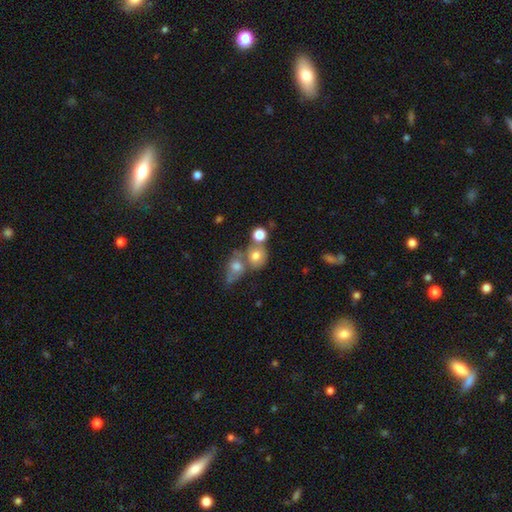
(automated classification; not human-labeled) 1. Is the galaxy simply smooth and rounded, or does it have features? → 73% smooth, 15% featured or disk, 12% star or artifact.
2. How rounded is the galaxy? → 70% round, 29% in between, 1% cigar-shaped.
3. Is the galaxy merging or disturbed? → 44% merger, 41% none, 10% minor disturbance, 5% major disturbance.